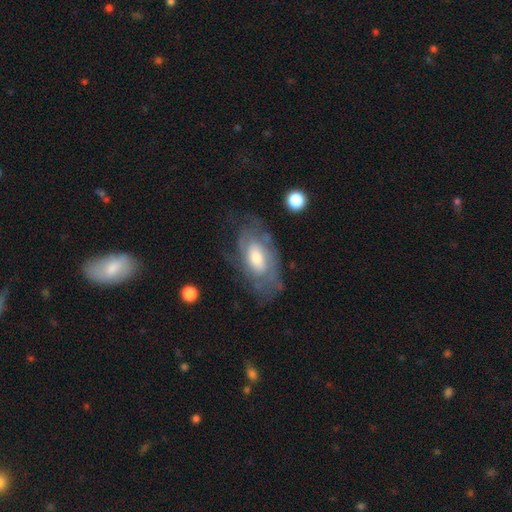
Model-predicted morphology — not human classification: A featured or disk galaxy (66%) with no bar (63%), spiral arms (70%) and a moderate central bulge (61%).

Vote fractions:
- Smooth or featured? featured or disk: 66% / smooth: 27% / star or artifact: 8%
- Edge-on disk? no: 90% / yes: 10%
- Bar? no: 63% / weak: 31% / strong: 6%
- Spiral arms? yes: 70% / no: 30%
- Bulge size? moderate: 61% / small: 19% / large: 16% / none: 2% / dominant: 1%
- Merging? none: 68% / minor disturbance: 20% / major disturbance: 10% / merger: 2%